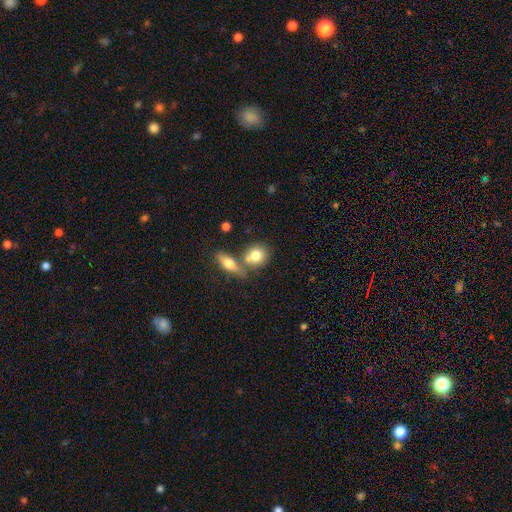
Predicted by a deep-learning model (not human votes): Q: Smooth or featured?
A: smooth (77%); runner-up: featured or disk (15%)
Q: How rounded?
A: round (61%); runner-up: in between (36%)
Q: Merging?
A: merger (45%); runner-up: none (41%)